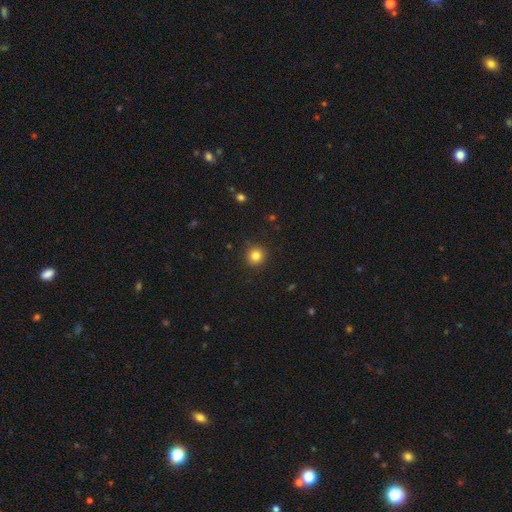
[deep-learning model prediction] smooth-or-featured: smooth: 83% | star or artifact: 11% | featured or disk: 5%
  how-rounded: round: 94% | in between: 5% | cigar-shaped: 1%
  merging: none: 91% | minor disturbance: 6% | major disturbance: 2% | merger: 1%